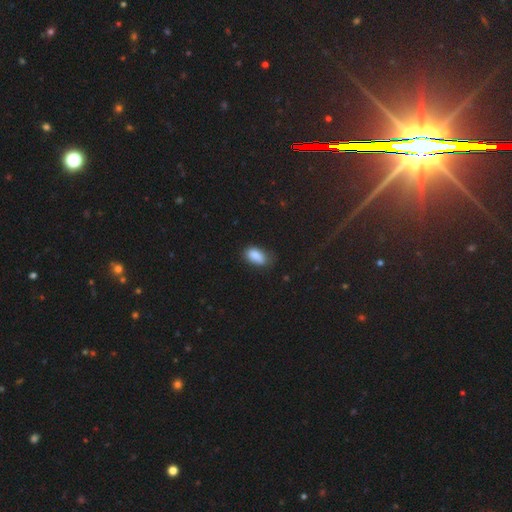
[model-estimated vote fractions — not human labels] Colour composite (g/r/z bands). It shows a smooth galaxy with no disk features (85%) that is in between round and cigar-shaped (90%). Merging: none (61%).